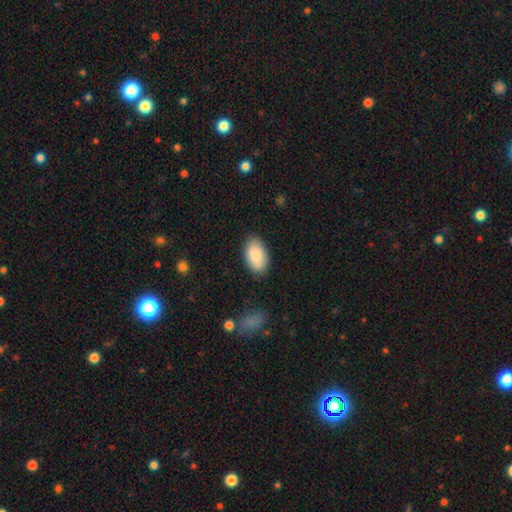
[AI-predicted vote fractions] Smooth or featured? Predicted: smooth (p=0.87). How rounded? Predicted: in between (p=0.94). Merging? Predicted: none (p=0.84).